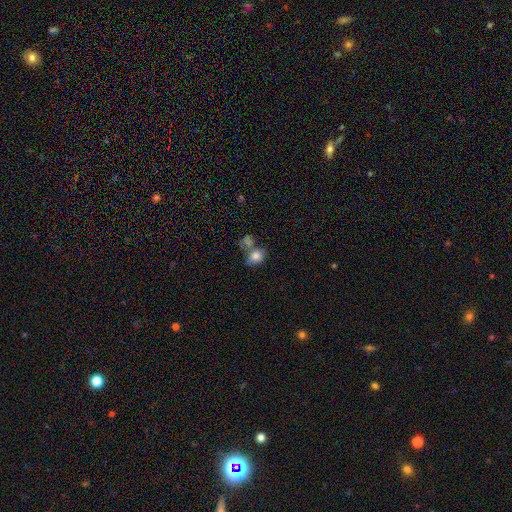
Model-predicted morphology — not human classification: type=smooth (79%); roundness=in between (50%); merging=none (42%).